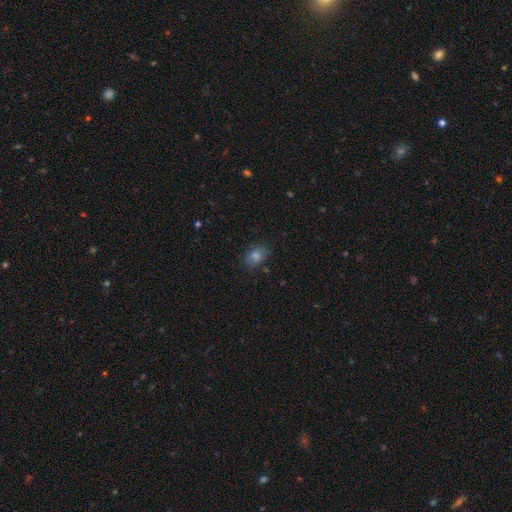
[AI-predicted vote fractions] A smooth galaxy with no disk features (76%) that is in between round and cigar-shaped (67%). Merging: none (83%).